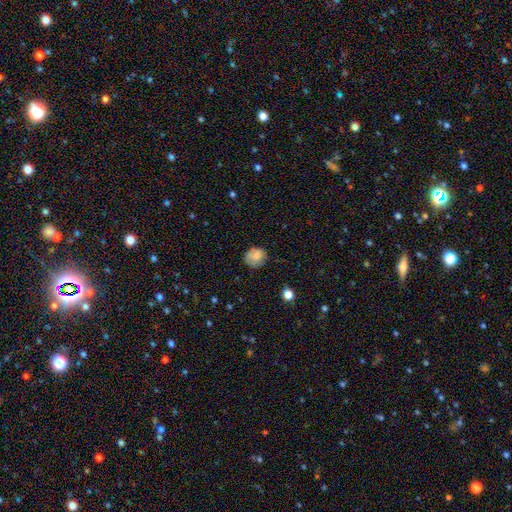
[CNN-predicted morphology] smooth 79%, featured or disk 12%, star or artifact 9%. Down the decision tree: how rounded — round (77%); merging — none (70%).